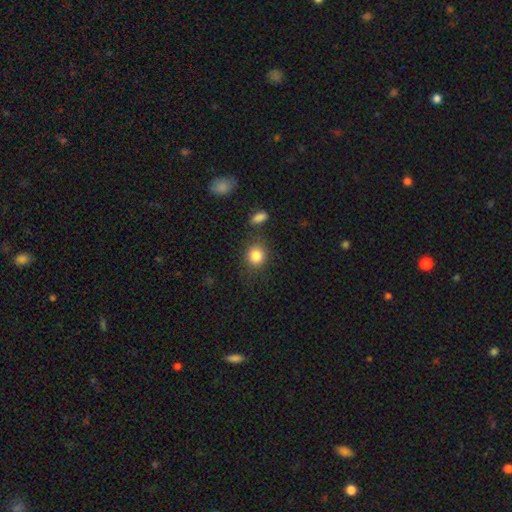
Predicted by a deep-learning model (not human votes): Overall: smooth (85%). How rounded: round (81%). Merging: none (79%).